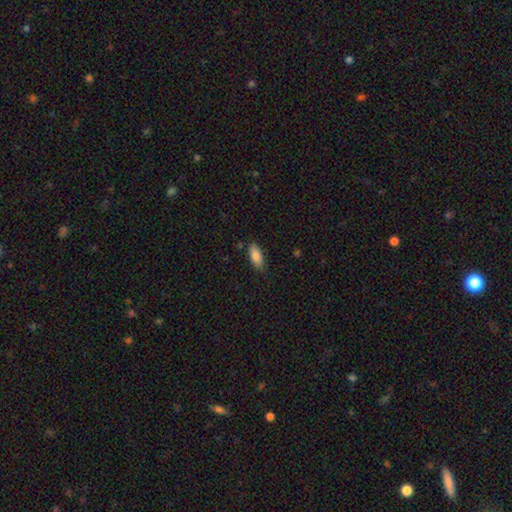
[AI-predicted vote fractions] smooth 86%, featured or disk 7%, star or artifact 7%. Down the decision tree: how rounded — in between (83%); merging — none (80%).